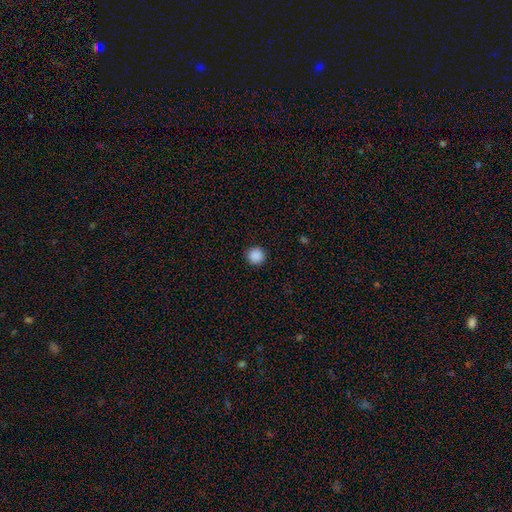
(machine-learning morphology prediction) Smooth or featured? smooth (88%)
How rounded? round (95%)
Merging? none (92%)